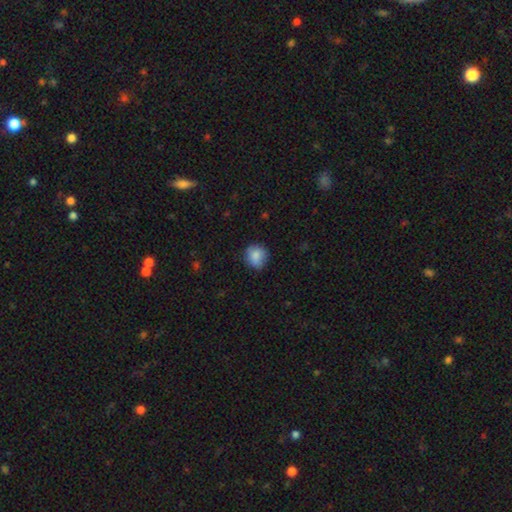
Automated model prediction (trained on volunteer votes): A smooth galaxy with no disk features (84%) that is round (79%). Merging: none (76%).